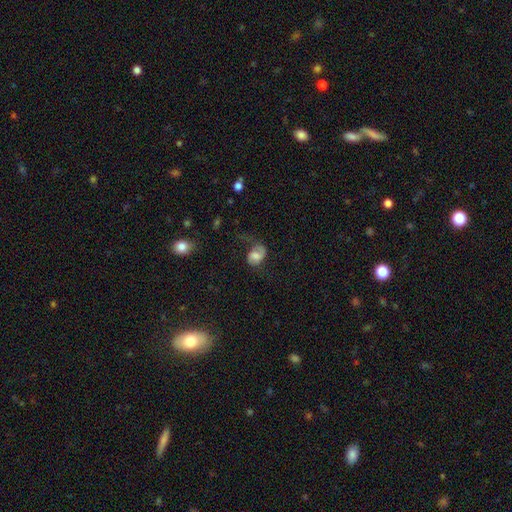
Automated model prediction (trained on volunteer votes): smooth 46%, featured or disk 45%, star or artifact 9%. Down the decision tree: merging — major disturbance (37%).